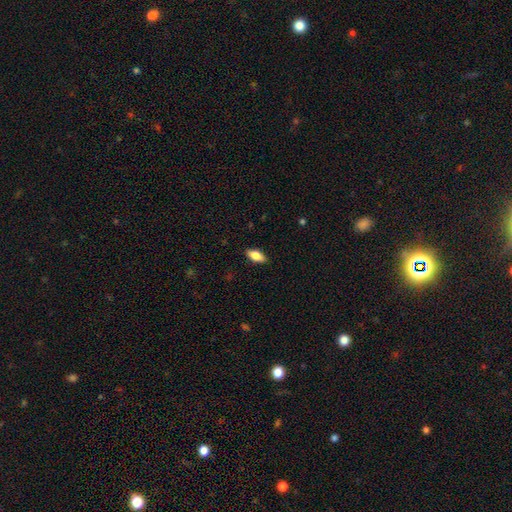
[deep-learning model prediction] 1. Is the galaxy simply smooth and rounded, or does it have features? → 79% smooth, 15% featured or disk, 7% star or artifact.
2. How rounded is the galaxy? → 85% in between, 13% cigar-shaped, 3% round.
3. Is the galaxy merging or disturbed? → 88% none, 9% minor disturbance, 2% major disturbance, 1% merger.